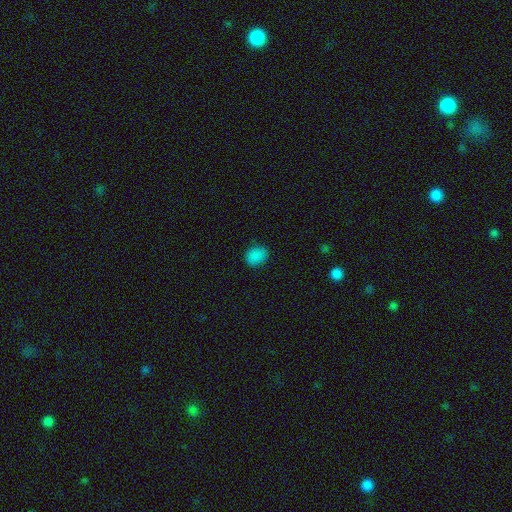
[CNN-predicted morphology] A smooth galaxy with no disk features (84%) that is in between round and cigar-shaped (53%). Merging: none (83%).